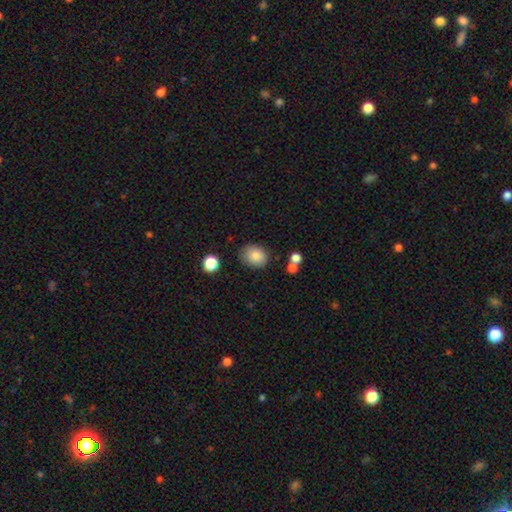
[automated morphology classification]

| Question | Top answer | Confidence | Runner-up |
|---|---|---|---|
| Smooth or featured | smooth | 86% | star or artifact (8%) |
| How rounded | in between | 55% | round (44%) |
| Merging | none | 79% | minor disturbance (14%) |